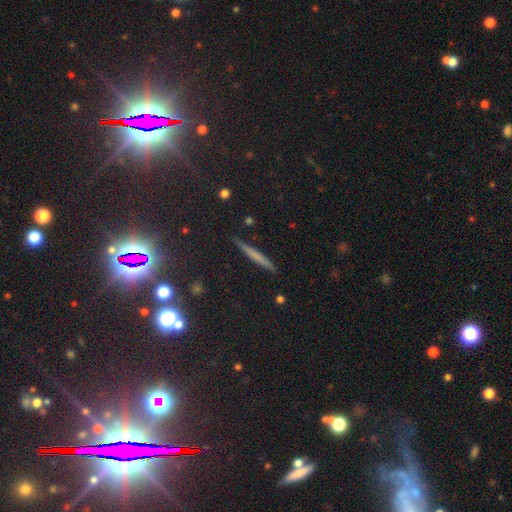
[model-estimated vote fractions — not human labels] Smooth or featured?
  - smooth: 52% *
  - featured or disk: 34%
  - star or artifact: 14%
How rounded?
  - cigar-shaped: 94% *
  - in between: 3%
  - round: 3%
Merging?
  - none: 90% *
  - minor disturbance: 7%
  - major disturbance: 2%
  - merger: 1%